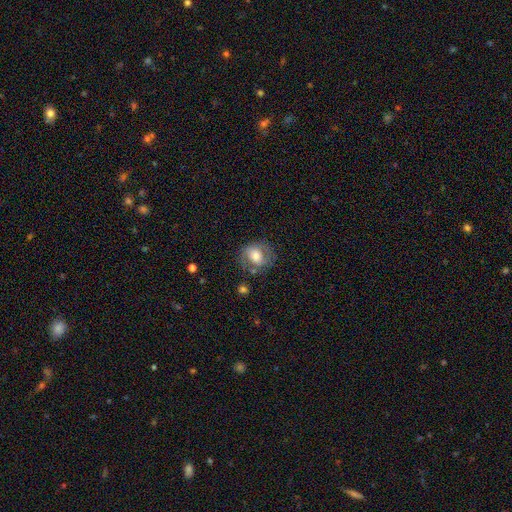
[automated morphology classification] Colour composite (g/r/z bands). It shows a smooth galaxy with no disk features (56%) that is round (60%). Merging: none (64%).